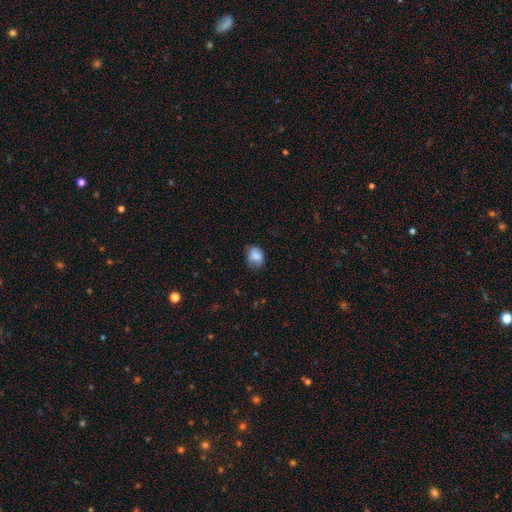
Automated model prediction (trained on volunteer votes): Smooth or featured?
  - smooth: 80% *
  - featured or disk: 12%
  - star or artifact: 9%
How rounded?
  - in between: 67% *
  - round: 32%
  - cigar-shaped: 1%
Merging?
  - none: 58% *
  - minor disturbance: 31%
  - major disturbance: 9%
  - merger: 2%